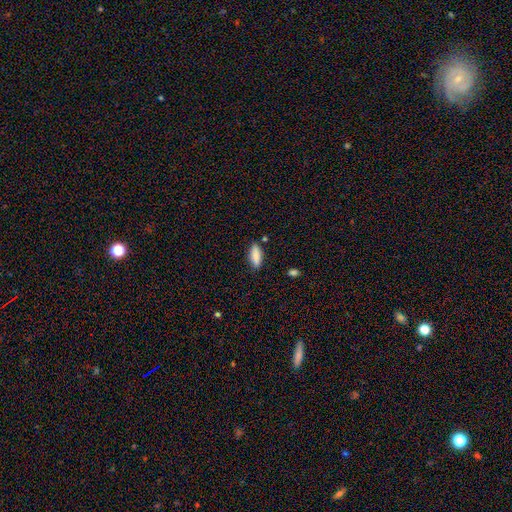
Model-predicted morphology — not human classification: smooth-or-featured: smooth: 87% | star or artifact: 7% | featured or disk: 6%
  how-rounded: in between: 71% | cigar-shaped: 27% | round: 2%
  merging: none: 81% | minor disturbance: 13% | merger: 3% | major disturbance: 3%